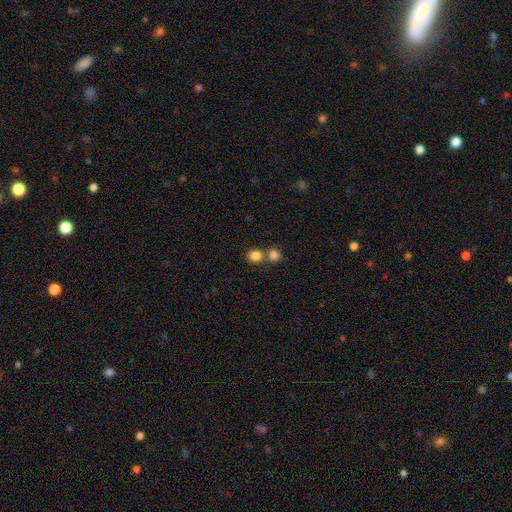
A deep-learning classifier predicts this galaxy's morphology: A smooth galaxy with no disk features (83%) that is round (83%).

Vote fractions:
- Smooth or featured? smooth: 83% / star or artifact: 11% / featured or disk: 5%
- How rounded? round: 83% / in between: 16% / cigar-shaped: 1%
- Merging? none: 57% / merger: 33% / minor disturbance: 7% / major disturbance: 3%